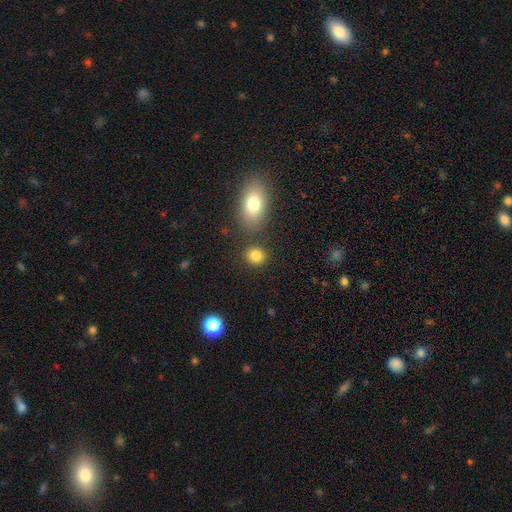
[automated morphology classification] Q: Smooth or featured?
A: smooth (83%); runner-up: star or artifact (11%)
Q: How rounded?
A: round (76%); runner-up: in between (23%)
Q: Merging?
A: none (80%); runner-up: merger (9%)